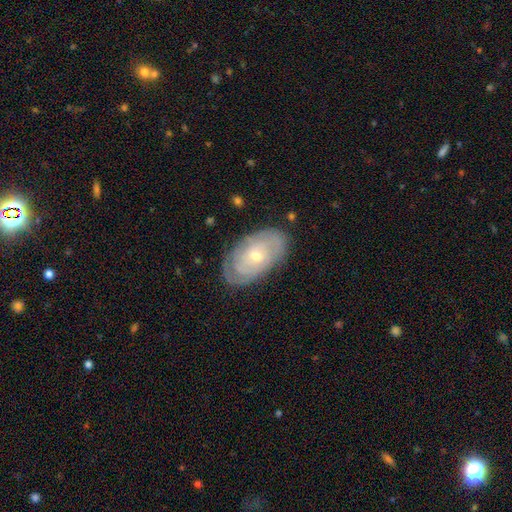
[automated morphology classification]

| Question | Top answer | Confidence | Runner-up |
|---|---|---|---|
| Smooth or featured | featured or disk | 70% | smooth (23%) |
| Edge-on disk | no | 93% | yes (7%) |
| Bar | no | 76% | weak (19%) |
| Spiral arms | yes | 80% | no (20%) |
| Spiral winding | tight | 77% | medium (17%) |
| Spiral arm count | can't tell | 54% | 2 (25%) |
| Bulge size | small | 54% | moderate (43%) |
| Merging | none | 78% | minor disturbance (16%) |